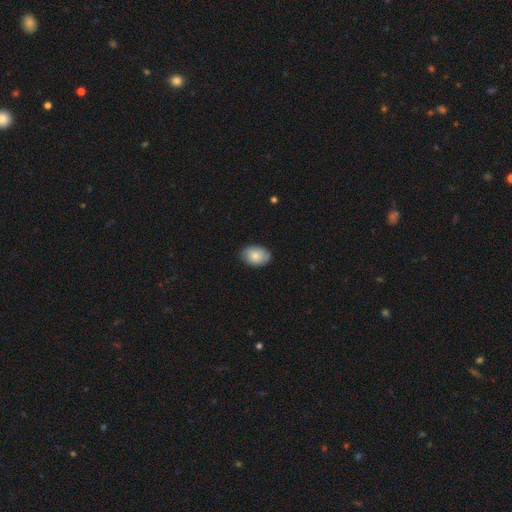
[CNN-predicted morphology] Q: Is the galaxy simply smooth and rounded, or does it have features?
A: smooth — 76%.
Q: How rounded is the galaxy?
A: in between — 82%.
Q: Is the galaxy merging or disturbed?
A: none — 79%.